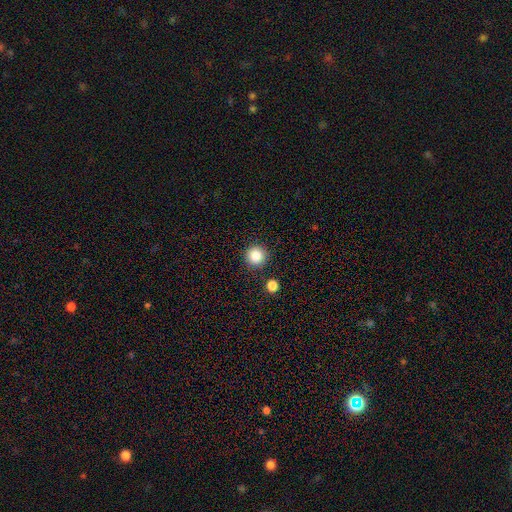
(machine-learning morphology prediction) A smooth galaxy with no disk features (84%) that is round (96%).

Vote fractions:
- Smooth or featured? smooth: 84% / star or artifact: 11% / featured or disk: 5%
- How rounded? round: 96% / in between: 3% / cigar-shaped: 1%
- Merging? none: 89% / minor disturbance: 6% / merger: 3% / major disturbance: 2%